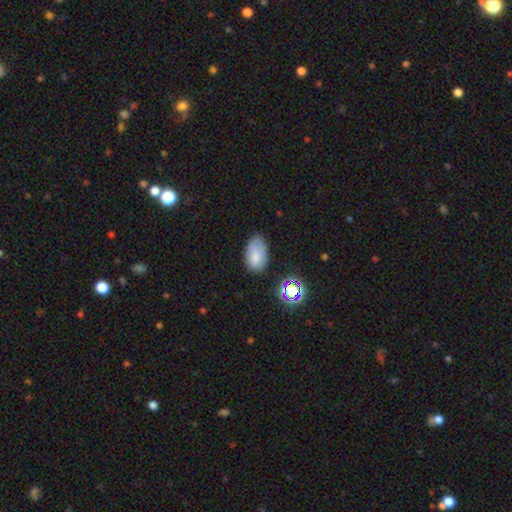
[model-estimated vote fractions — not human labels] A smooth galaxy with no disk features (77%) that is in between round and cigar-shaped (91%). Merging: none (64%).